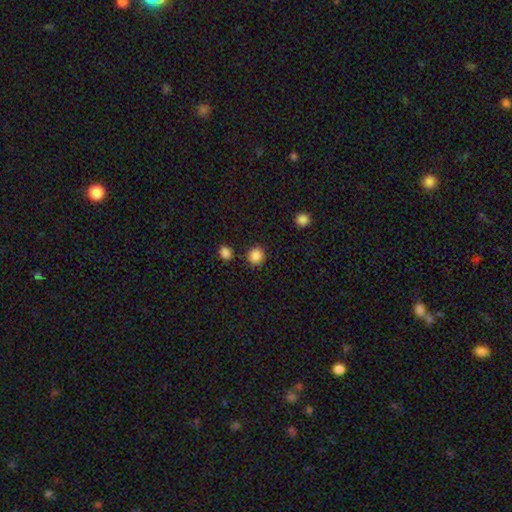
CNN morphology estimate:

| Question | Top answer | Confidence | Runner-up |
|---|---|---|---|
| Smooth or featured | smooth | 86% | star or artifact (11%) |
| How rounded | round | 90% | in between (9%) |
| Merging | none | 85% | minor disturbance (8%) |